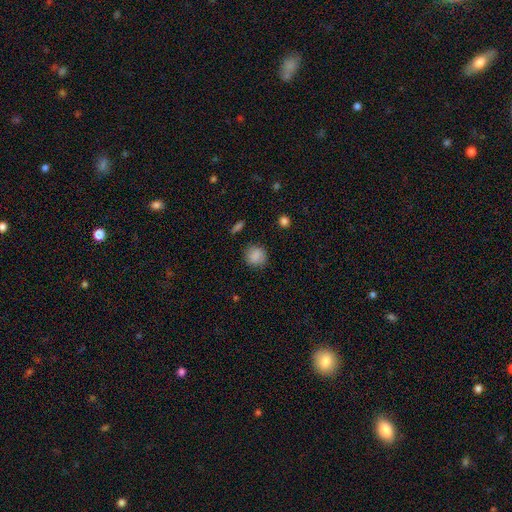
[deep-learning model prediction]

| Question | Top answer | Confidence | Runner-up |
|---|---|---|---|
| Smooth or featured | smooth | 86% | star or artifact (9%) |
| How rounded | round | 86% | in between (13%) |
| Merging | none | 84% | minor disturbance (11%) |